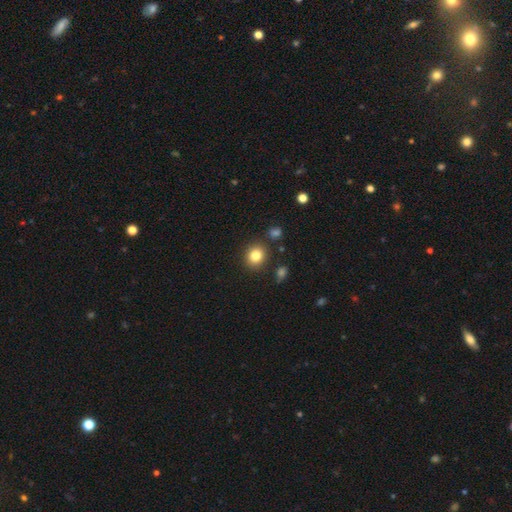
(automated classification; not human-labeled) smooth 83%, star or artifact 11%, featured or disk 6%. Down the decision tree: how rounded — round (74%); merging — none (85%).